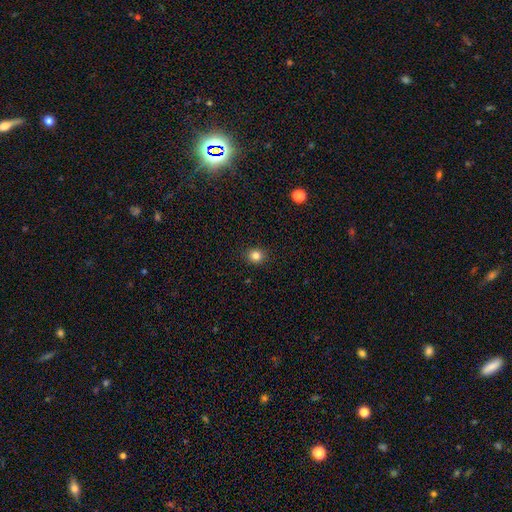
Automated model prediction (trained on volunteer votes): smooth_or_featured: smooth (p=0.83) [alt: star or artifact p=0.13]
how_rounded: round (p=0.82) [alt: in between p=0.17]
merging: none (p=0.91) [alt: minor disturbance p=0.06]